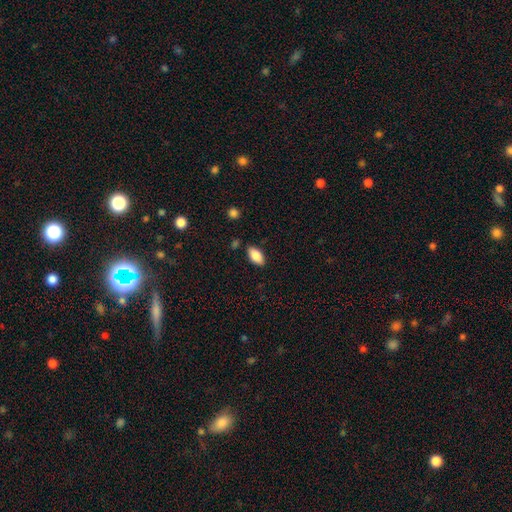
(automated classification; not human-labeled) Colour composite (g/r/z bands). It shows a smooth galaxy with no disk features (86%) that is in between round and cigar-shaped (92%). Merging: none (84%).